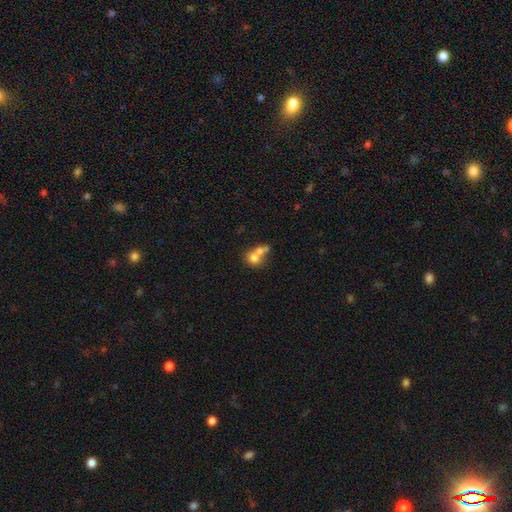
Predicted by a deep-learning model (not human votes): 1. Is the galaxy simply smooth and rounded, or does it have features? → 68% smooth, 21% featured or disk, 11% star or artifact.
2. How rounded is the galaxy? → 69% round, 30% in between, 1% cigar-shaped.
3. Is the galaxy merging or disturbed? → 65% merger, 24% none, 6% minor disturbance, 4% major disturbance.